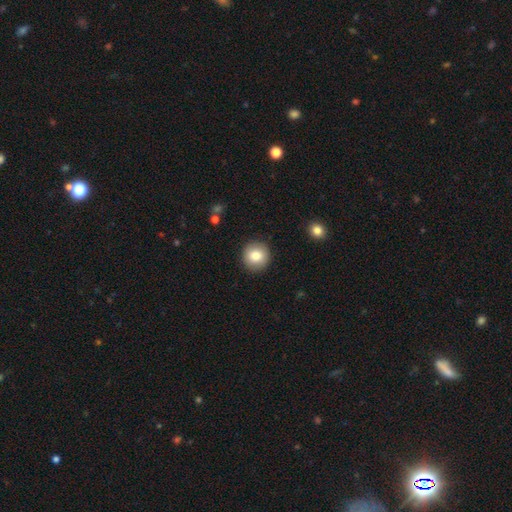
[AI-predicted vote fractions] Overall: smooth (82%). How rounded: round (94%). Merging: none (91%).